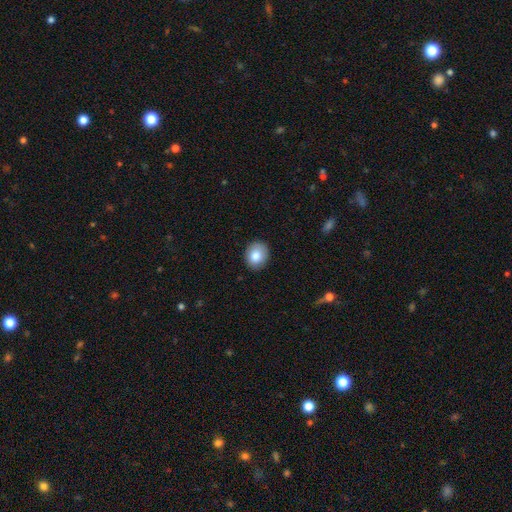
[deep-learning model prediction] Smooth or featured? smooth (84%)
How rounded? round (57%)
Merging? none (87%)